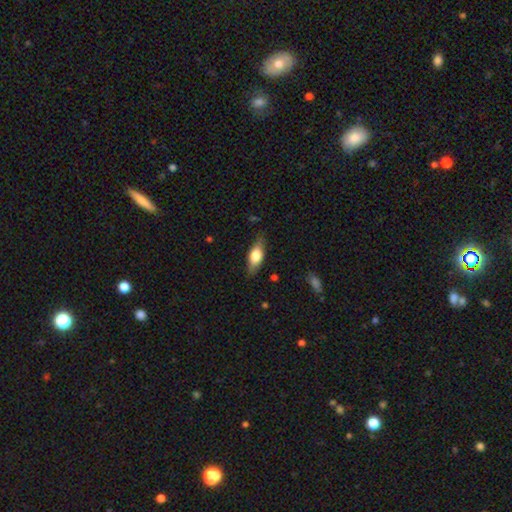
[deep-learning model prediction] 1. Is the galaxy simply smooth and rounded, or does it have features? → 64% smooth, 29% featured or disk, 6% star or artifact.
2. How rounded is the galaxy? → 74% in between, 23% cigar-shaped, 3% round.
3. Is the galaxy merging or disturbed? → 82% none, 14% minor disturbance, 3% major disturbance, 1% merger.